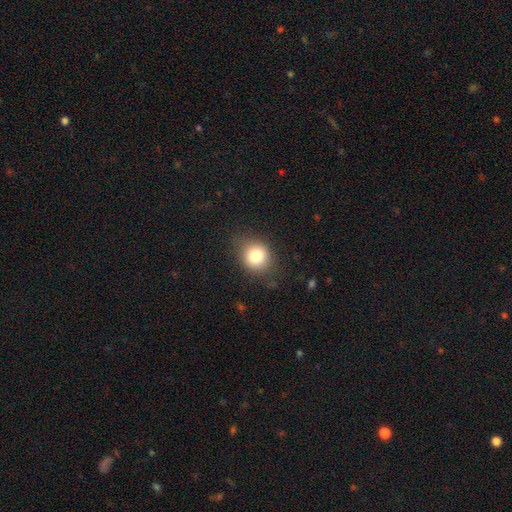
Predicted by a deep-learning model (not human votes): Q: Smooth or featured?
A: smooth (81%); runner-up: star or artifact (11%)
Q: How rounded?
A: round (76%); runner-up: in between (23%)
Q: Merging?
A: none (77%); runner-up: minor disturbance (17%)